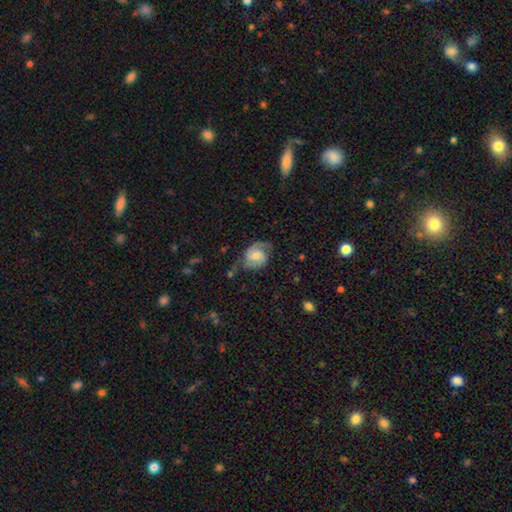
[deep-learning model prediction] featured or disk 74%, smooth 19%, star or artifact 7%. Down the decision tree: edge-on disk — no (98%); bar — no (54%); spiral arms — yes (94%); spiral arm count — 2 (85%); spiral winding — medium (49%); bulge size — moderate (44%); merging — none (56%).